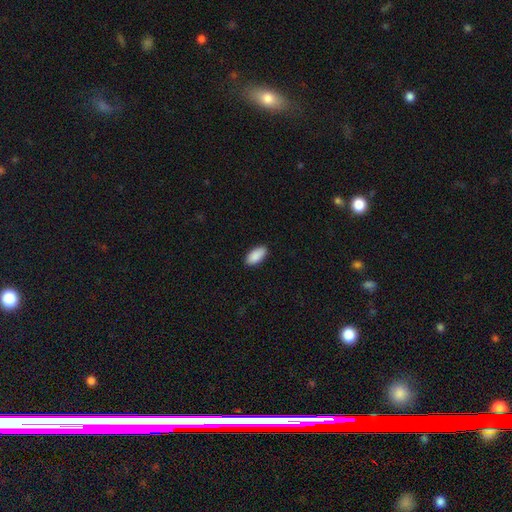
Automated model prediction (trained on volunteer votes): Smooth or featured?
  - smooth: 91% *
  - star or artifact: 6%
  - featured or disk: 3%
How rounded?
  - in between: 92% *
  - cigar-shaped: 6%
  - round: 2%
Merging?
  - none: 89% *
  - minor disturbance: 8%
  - major disturbance: 2%
  - merger: 1%